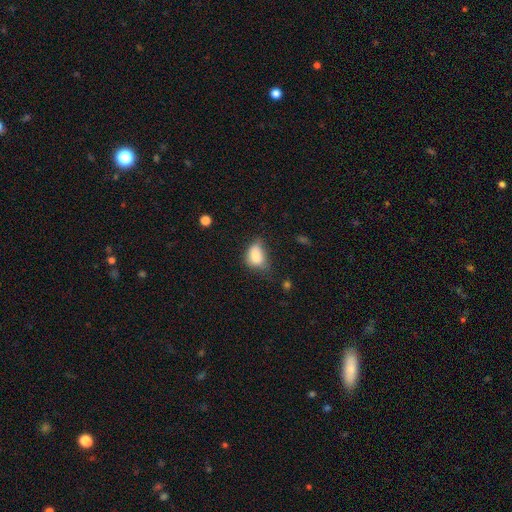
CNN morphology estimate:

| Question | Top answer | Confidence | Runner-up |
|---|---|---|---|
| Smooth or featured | smooth | 81% | featured or disk (10%) |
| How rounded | in between | 76% | round (22%) |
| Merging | minor disturbance | 42% | none (34%) |